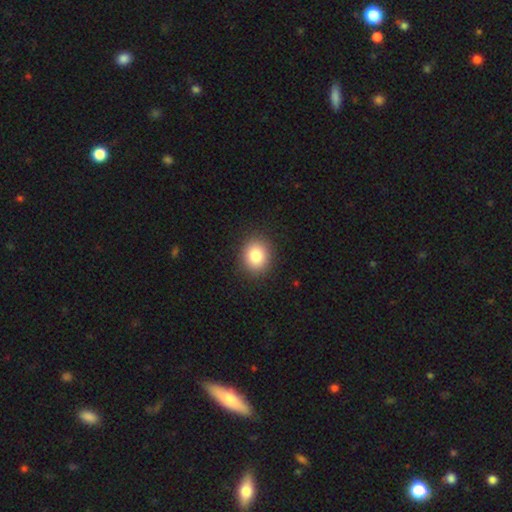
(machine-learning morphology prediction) Smooth or featured?
  - smooth: 84% *
  - star or artifact: 10%
  - featured or disk: 7%
How rounded?
  - round: 68% *
  - in between: 31%
  - cigar-shaped: 1%
Merging?
  - none: 90% *
  - minor disturbance: 7%
  - major disturbance: 2%
  - merger: 1%